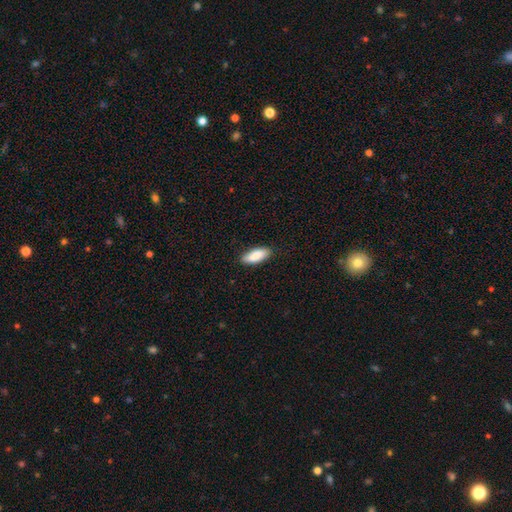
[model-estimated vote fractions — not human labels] This appears to be a smooth galaxy with no disk features (89%) that is in between round and cigar-shaped (78%). Merging: none (87%).